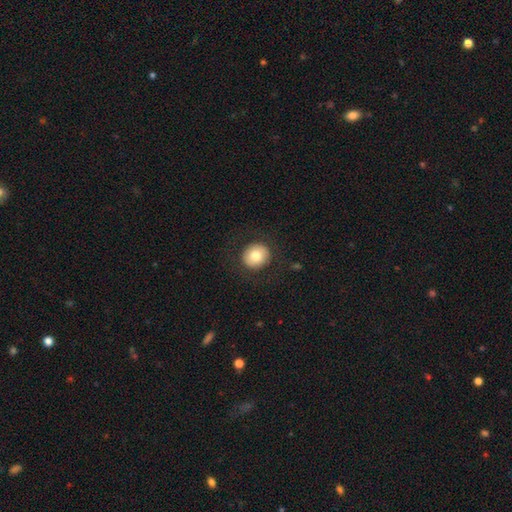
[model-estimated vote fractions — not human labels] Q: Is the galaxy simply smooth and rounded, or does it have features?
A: smooth — 78%.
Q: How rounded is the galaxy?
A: round — 88%.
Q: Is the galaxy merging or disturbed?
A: none — 87%.